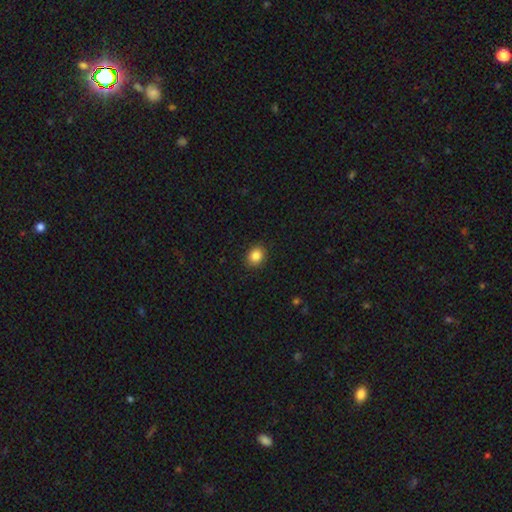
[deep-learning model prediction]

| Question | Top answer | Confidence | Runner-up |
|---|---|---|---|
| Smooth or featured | smooth | 86% | star or artifact (10%) |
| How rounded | round | 63% | in between (36%) |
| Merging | none | 90% | minor disturbance (7%) |